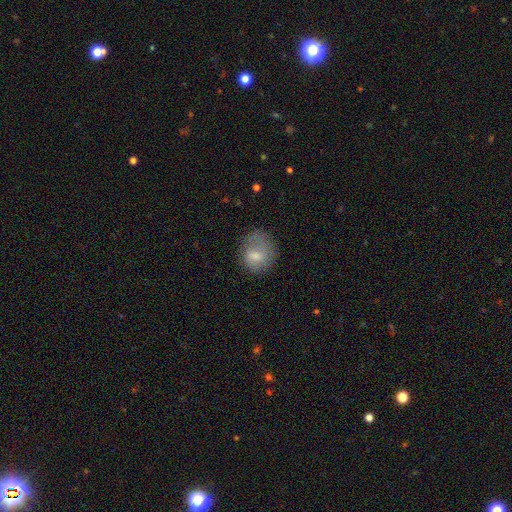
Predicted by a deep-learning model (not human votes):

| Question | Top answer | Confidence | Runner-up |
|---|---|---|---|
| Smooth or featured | smooth | 68% | featured or disk (23%) |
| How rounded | round | 65% | in between (34%) |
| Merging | none | 57% | minor disturbance (26%) |